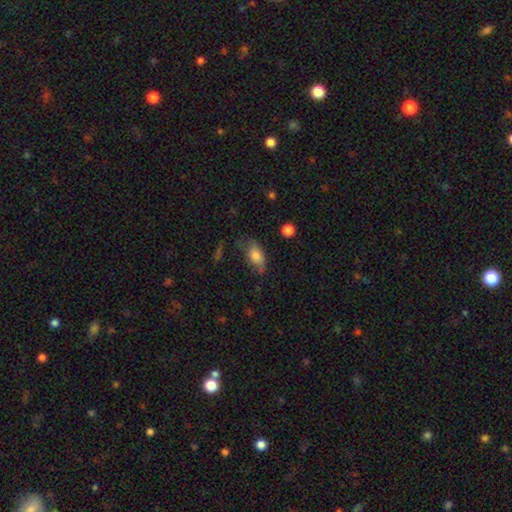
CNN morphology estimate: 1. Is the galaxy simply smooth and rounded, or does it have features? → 77% smooth, 14% featured or disk, 9% star or artifact.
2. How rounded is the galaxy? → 88% in between, 8% round, 5% cigar-shaped.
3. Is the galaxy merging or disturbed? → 48% none, 32% minor disturbance, 15% major disturbance, 4% merger.